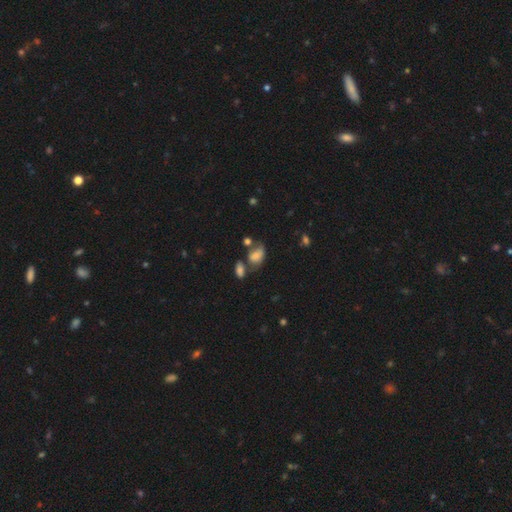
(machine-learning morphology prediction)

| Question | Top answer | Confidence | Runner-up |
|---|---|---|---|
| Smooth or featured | smooth | 70% | featured or disk (17%) |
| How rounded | in between | 81% | round (17%) |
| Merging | none | 38% | merger (26%) |